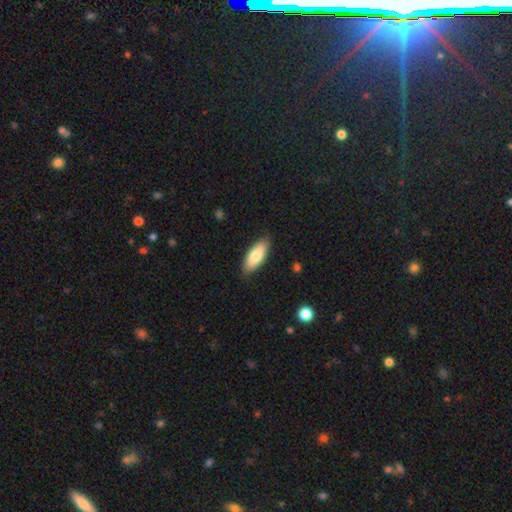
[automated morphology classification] This is clearly a smooth galaxy (81%). How rounded: likely in between (78%). Merging: clearly none (86%).